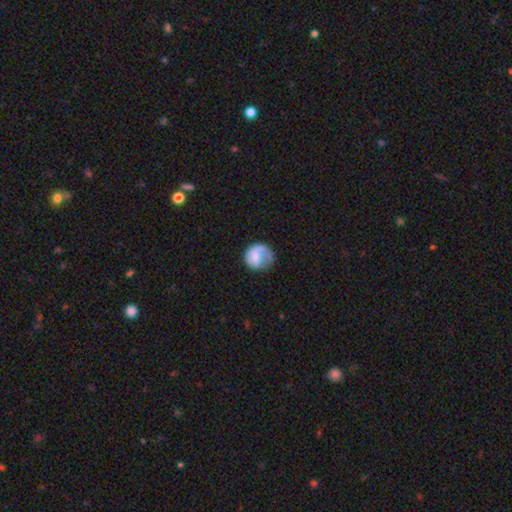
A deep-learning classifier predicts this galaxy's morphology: Smooth or featured: smooth — 56% (featured or disk — 37%)
How rounded: round — 77% (in between — 22%)
Merging: none — 45% (major disturbance — 27%)